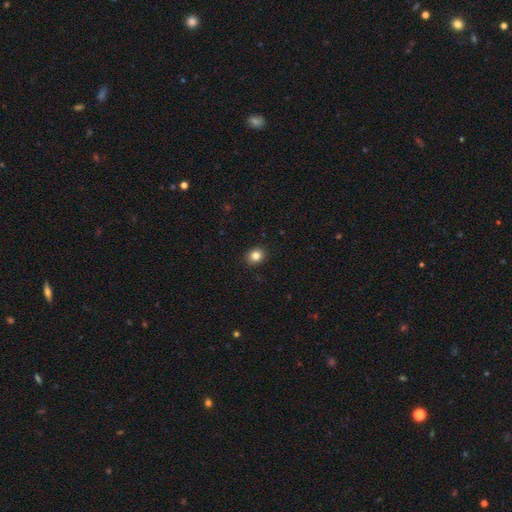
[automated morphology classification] Overall: smooth (84%). How rounded: round (64%; in between 35%). Merging: none (89%).